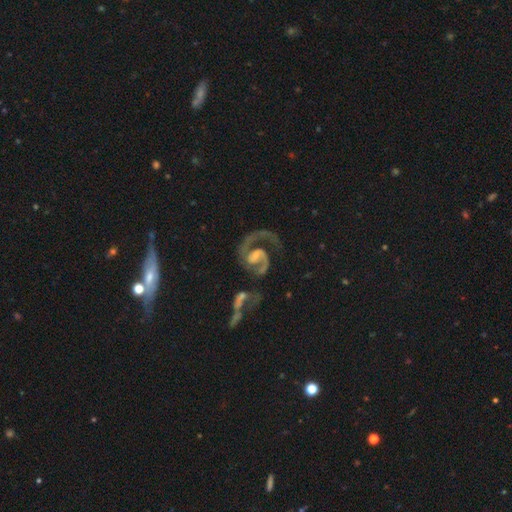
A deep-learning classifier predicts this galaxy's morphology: Smooth or featured? featured or disk (91%)
Edge-on disk? no (98%)
Bar? weak (46%)
Spiral arms? yes (97%)
Spiral winding? medium (55%)
Spiral arm count? 2 (75%)
Bulge size? small (51%)
Merging? none (43%)